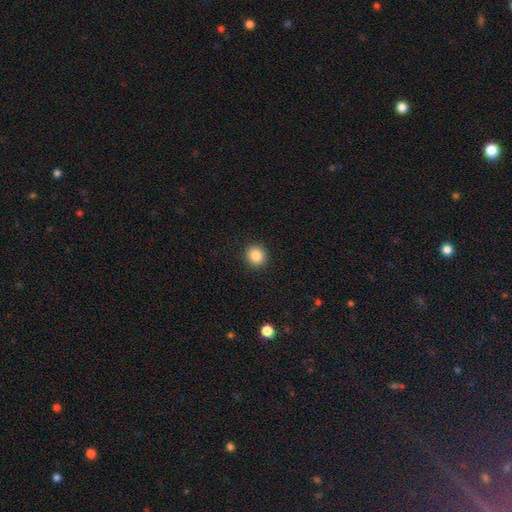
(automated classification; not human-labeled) A smooth galaxy with no disk features (85%) that is round (91%).

Vote fractions:
- Smooth or featured? smooth: 85% / star or artifact: 10% / featured or disk: 5%
- How rounded? round: 91% / in between: 8% / cigar-shaped: 1%
- Merging? none: 93% / minor disturbance: 5% / major disturbance: 2% / merger: 1%